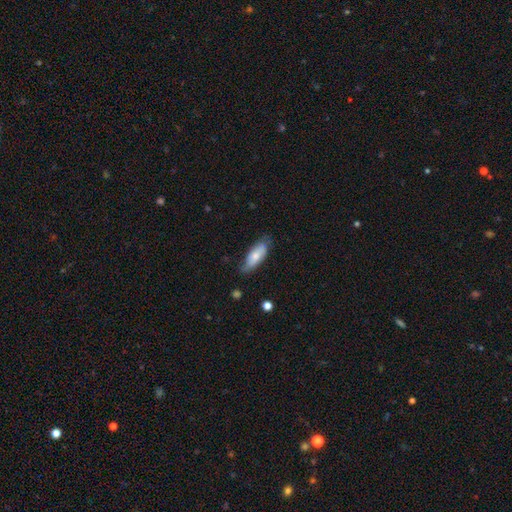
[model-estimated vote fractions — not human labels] This is likely a smooth galaxy (69%). How rounded: likely in between (72%). Merging: likely none (68%).